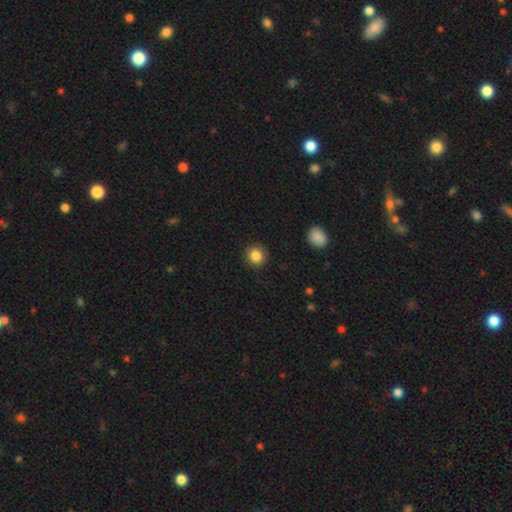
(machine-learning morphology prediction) Q: Smooth or featured?
A: smooth (86%); runner-up: star or artifact (9%)
Q: How rounded?
A: round (91%); runner-up: in between (8%)
Q: Merging?
A: none (91%); runner-up: minor disturbance (6%)